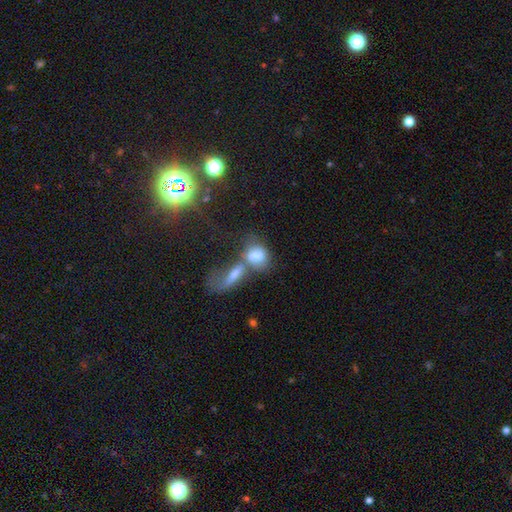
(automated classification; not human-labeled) smooth 69%, featured or disk 20%, star or artifact 11%. Down the decision tree: how rounded — in between (68%); merging — merger (62%).